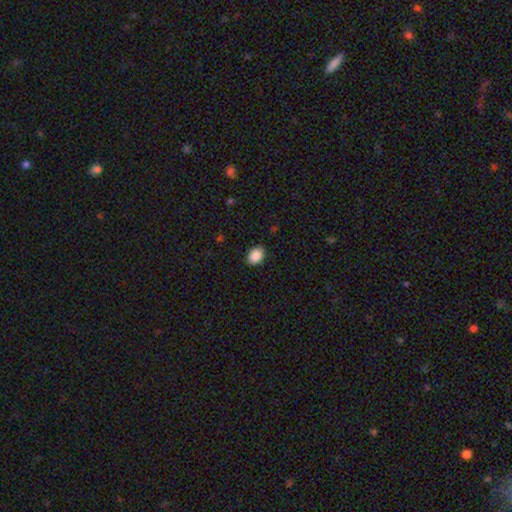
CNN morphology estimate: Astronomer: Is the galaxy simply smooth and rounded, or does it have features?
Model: smooth — 89%.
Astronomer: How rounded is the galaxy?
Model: in between — 74%.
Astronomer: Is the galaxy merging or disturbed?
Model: none — 88%.